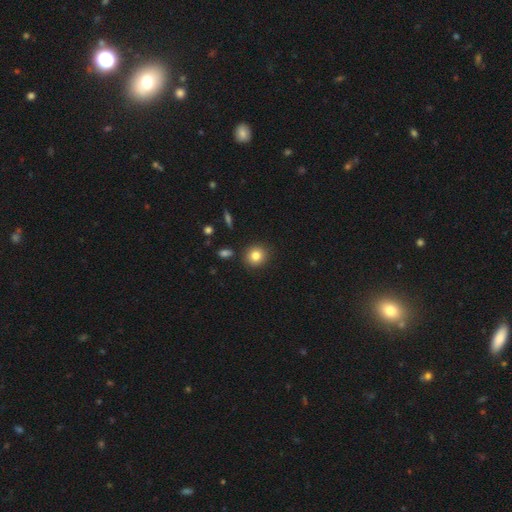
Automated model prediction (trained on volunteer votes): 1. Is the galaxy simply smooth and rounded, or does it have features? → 82% smooth, 10% star or artifact, 7% featured or disk.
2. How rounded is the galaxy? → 88% round, 11% in between, 1% cigar-shaped.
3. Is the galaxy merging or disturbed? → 89% none, 7% minor disturbance, 2% merger, 2% major disturbance.